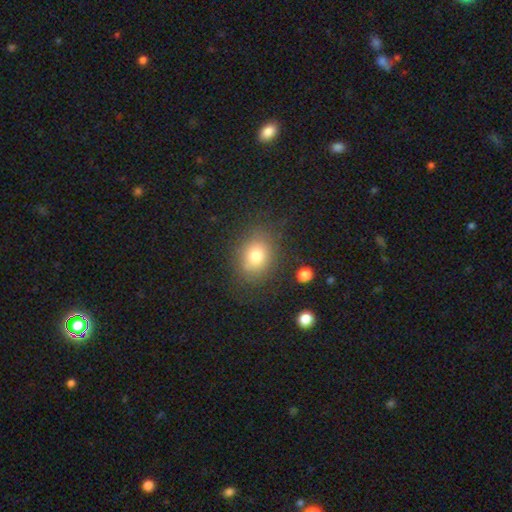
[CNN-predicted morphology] Q: Smooth or featured?
A: smooth (77%); runner-up: star or artifact (12%)
Q: How rounded?
A: in between (50%); runner-up: round (49%)
Q: Merging?
A: none (78%); runner-up: minor disturbance (14%)